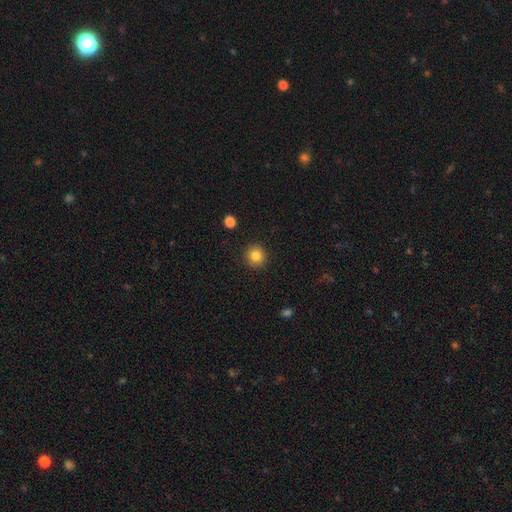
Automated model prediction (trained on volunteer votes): Smooth or featured? smooth (84%)
How rounded? round (93%)
Merging? none (92%)